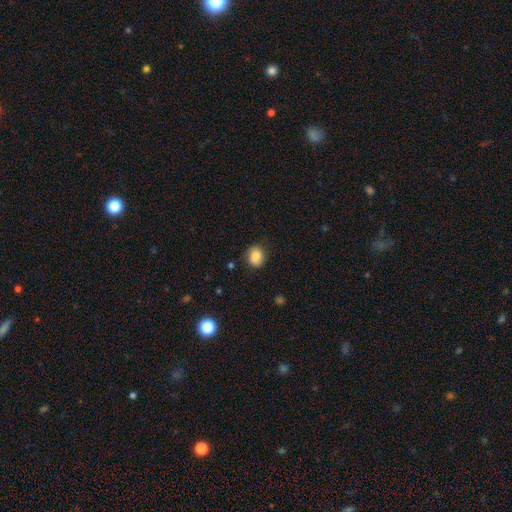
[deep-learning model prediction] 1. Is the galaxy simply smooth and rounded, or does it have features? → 79% smooth, 11% featured or disk, 9% star or artifact.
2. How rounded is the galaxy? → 65% round, 34% in between, 1% cigar-shaped.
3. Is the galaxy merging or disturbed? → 75% none, 18% minor disturbance, 4% major disturbance, 2% merger.